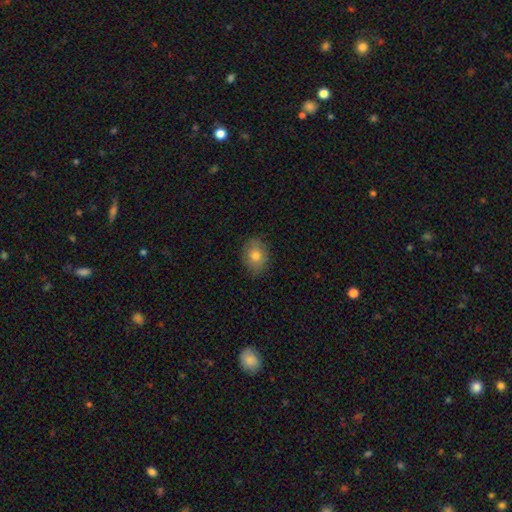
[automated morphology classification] smooth_or_featured: smooth (p=0.77) [alt: featured or disk p=0.14]
how_rounded: in between (p=0.54) [alt: round p=0.45]
merging: none (p=0.83) [alt: minor disturbance p=0.14]